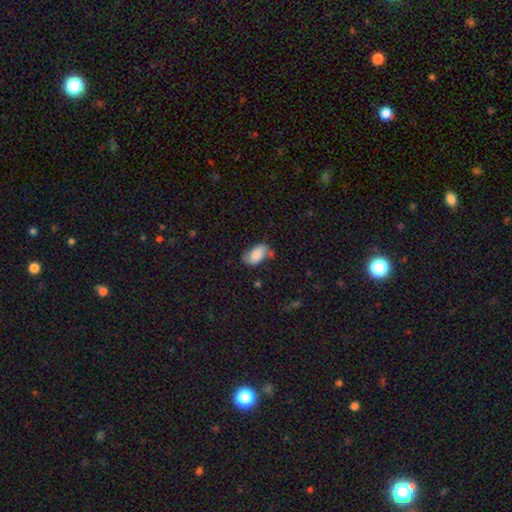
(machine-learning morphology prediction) Smooth or featured? Predicted: smooth (p=0.66). How rounded? Predicted: in between (p=0.92). Merging? Predicted: none (p=0.53).